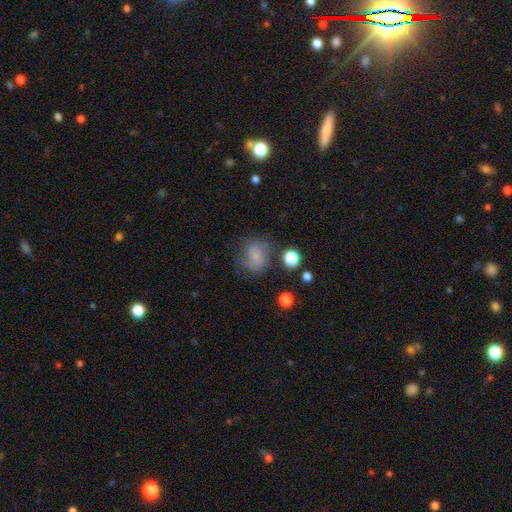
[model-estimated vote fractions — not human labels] Smooth or featured?
  - smooth: 59% *
  - featured or disk: 28%
  - star or artifact: 13%
How rounded?
  - round: 66% *
  - in between: 33%
  - cigar-shaped: 1%
Merging?
  - none: 59% *
  - minor disturbance: 23%
  - major disturbance: 14%
  - merger: 4%